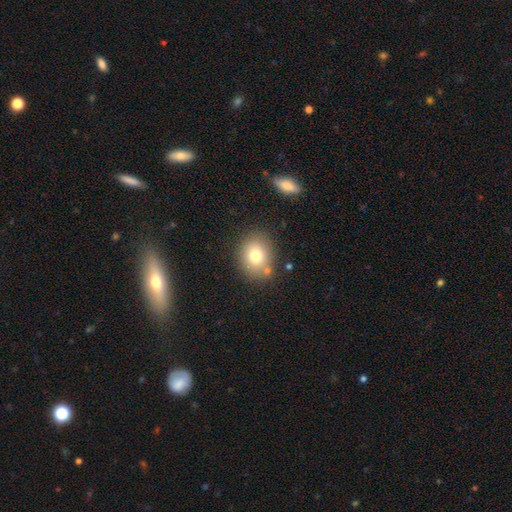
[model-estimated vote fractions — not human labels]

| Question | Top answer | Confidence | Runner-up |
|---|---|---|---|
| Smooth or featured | smooth | 76% | featured or disk (13%) |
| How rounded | round | 55% | in between (44%) |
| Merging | none | 77% | minor disturbance (12%) |